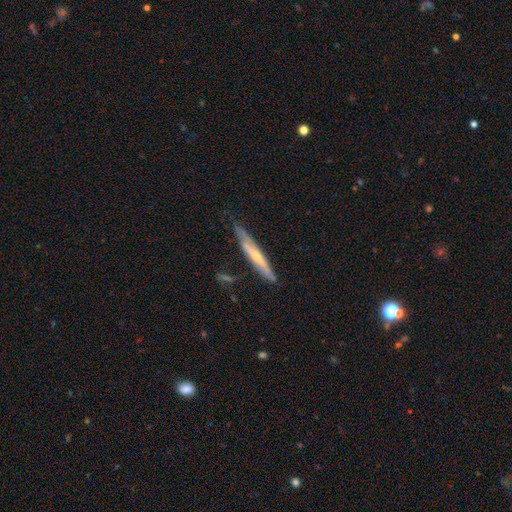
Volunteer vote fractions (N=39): This is possibly a featured or disk galaxy (56%). It is clearly viewed edge-on (82%). Edge-on bulge: likely rounded (61%). Merging: possibly none (58%).